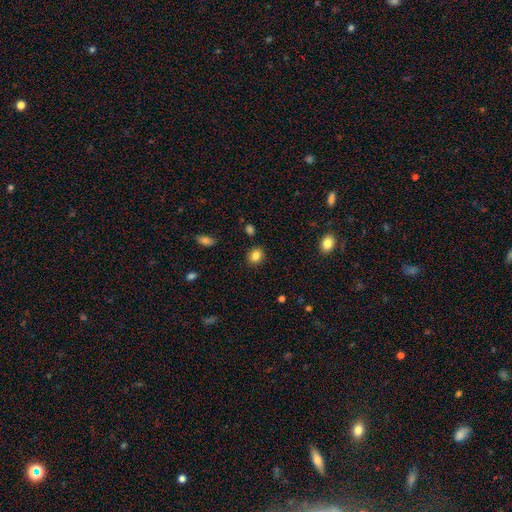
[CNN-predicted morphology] type=smooth (84%); roundness=round (64%); merging=none (88%).